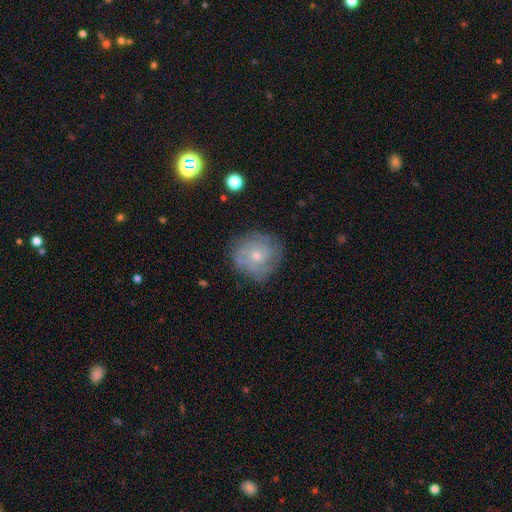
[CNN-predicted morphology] Q: Smooth or featured?
A: featured or disk (61%); runner-up: smooth (31%)
Q: Edge-on disk?
A: no (97%); runner-up: yes (3%)
Q: Bar?
A: no (78%); runner-up: weak (19%)
Q: Spiral arms?
A: yes (81%); runner-up: no (19%)
Q: Bulge size?
A: small (53%); runner-up: moderate (42%)
Q: Merging?
A: none (76%); runner-up: minor disturbance (17%)